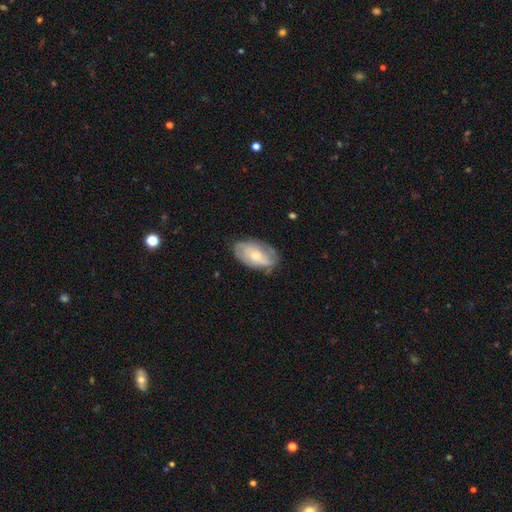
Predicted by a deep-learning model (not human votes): The model was most divided on "bulge size" (2-way tie): moderate: 47%, small: 47%, large: 3%, none: 2%, dominant: 1%. More confident: edge-on disk — no (93%); bar — no (73%); spiral arms — yes (71%); merging — none (69%); smooth or featured — featured or disk (57%).